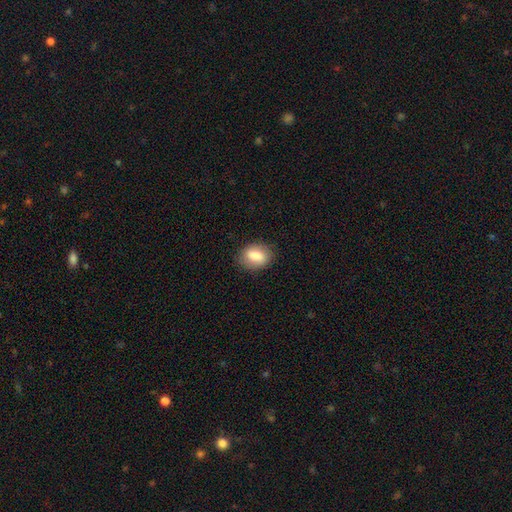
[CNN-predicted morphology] smooth 84%, featured or disk 9%, star or artifact 7%. Down the decision tree: how rounded — in between (77%); merging — none (83%).